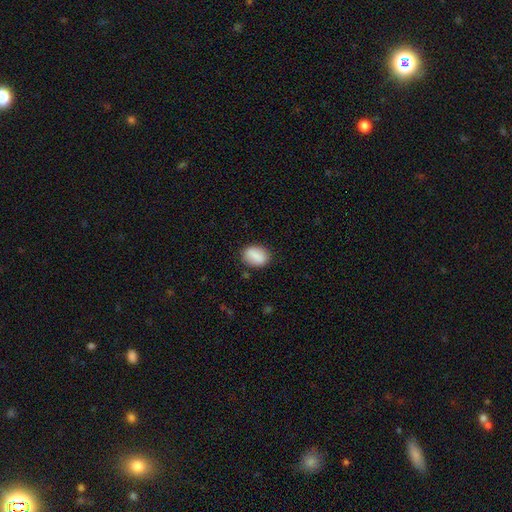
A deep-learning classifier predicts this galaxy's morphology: smooth 86%, star or artifact 7%, featured or disk 6%. Down the decision tree: how rounded — in between (73%); merging — none (84%).